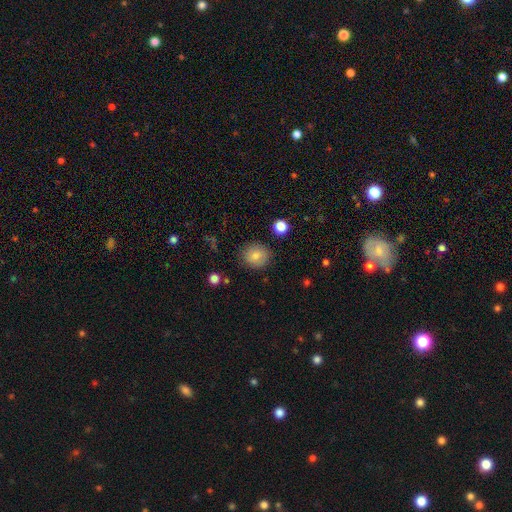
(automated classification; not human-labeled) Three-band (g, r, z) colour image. It shows a smooth galaxy with no disk features (79%) that is round (86%). Merging: none (86%).